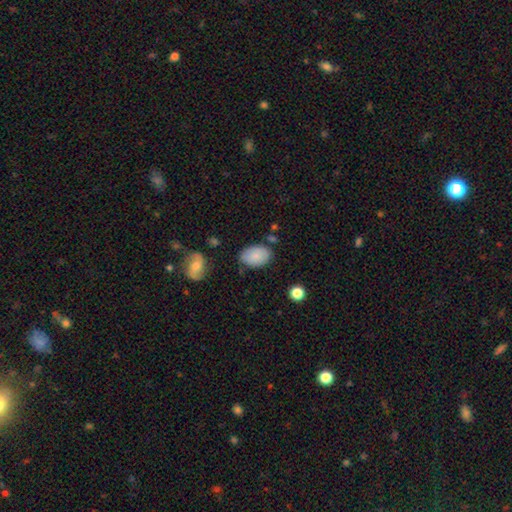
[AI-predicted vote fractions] smooth_or_featured: smooth (p=0.83) [alt: featured or disk p=0.10]
how_rounded: in between (p=0.88) [alt: round p=0.11]
merging: none (p=0.75) [alt: minor disturbance p=0.18]